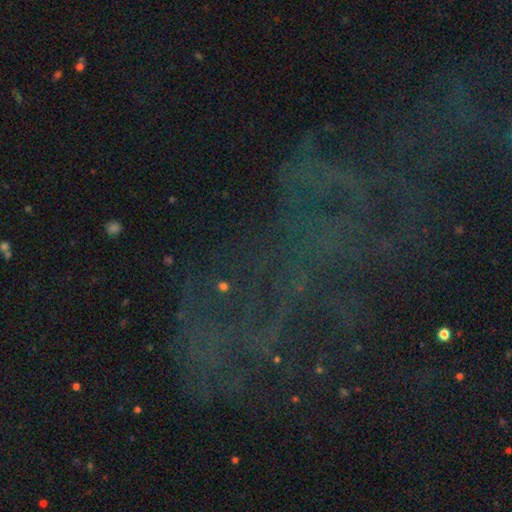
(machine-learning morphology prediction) Smooth or featured: star or artifact — 66% (featured or disk — 20%)